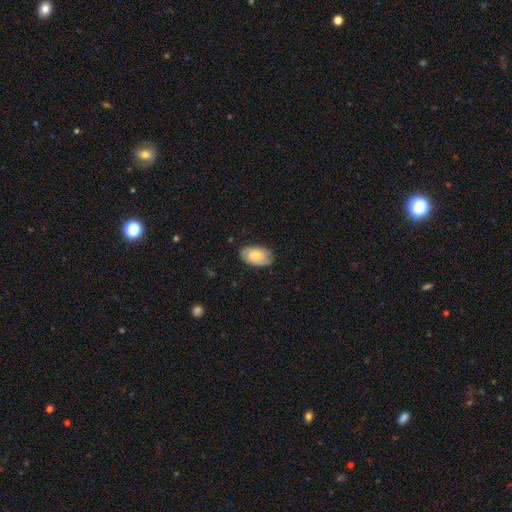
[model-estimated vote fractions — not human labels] The model was most divided on "smooth or featured": smooth: 53%, featured or disk: 40%, star or artifact: 7%. More confident: how rounded — in between (92%); merging — none (77%).